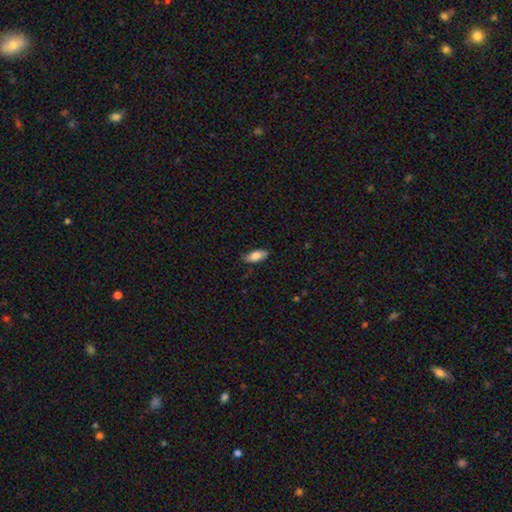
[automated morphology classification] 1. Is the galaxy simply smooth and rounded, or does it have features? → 80% smooth, 13% featured or disk, 6% star or artifact.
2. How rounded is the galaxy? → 80% in between, 17% cigar-shaped, 2% round.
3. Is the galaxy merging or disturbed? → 82% none, 15% minor disturbance, 3% major disturbance, 1% merger.